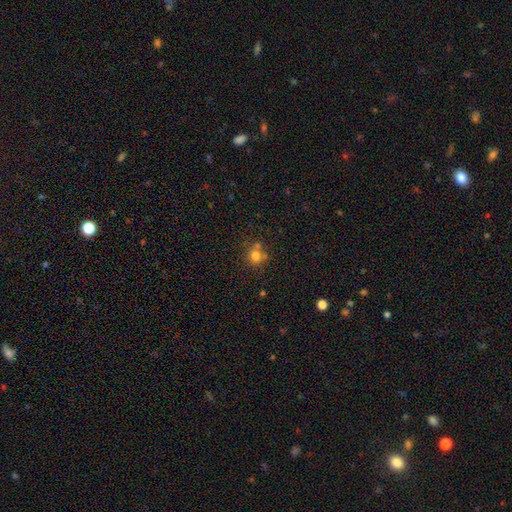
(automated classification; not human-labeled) Overall: smooth (74%). How rounded: round (86%). Merging: none (62%; merger 22%).